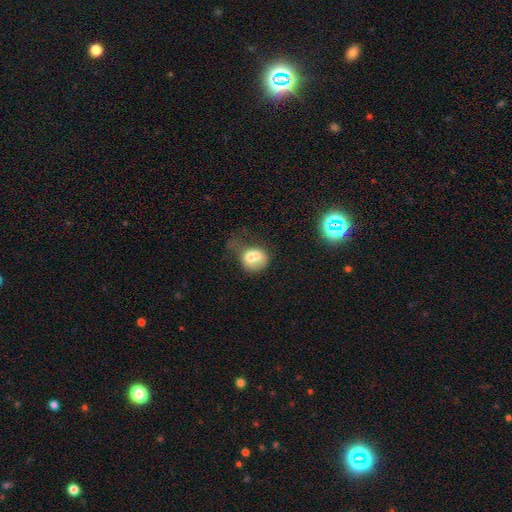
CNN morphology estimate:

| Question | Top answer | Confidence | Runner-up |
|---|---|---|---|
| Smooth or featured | smooth | 64% | featured or disk (26%) |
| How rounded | round | 62% | in between (37%) |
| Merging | merger | 50% | none (20%) |